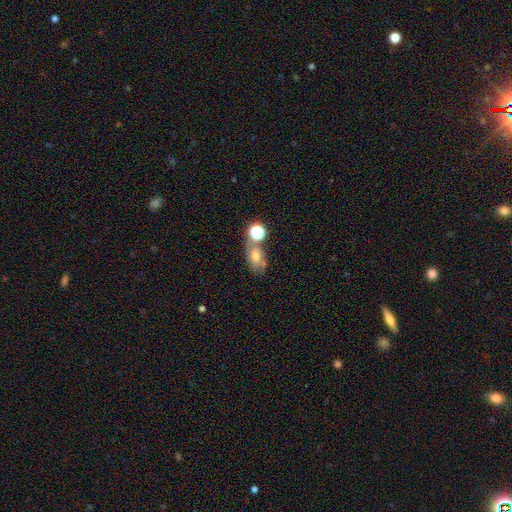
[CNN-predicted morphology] The model was most divided on "smooth or featured": smooth: 48%, featured or disk: 29%, star or artifact: 23%. Remaining: merging — none (49%).